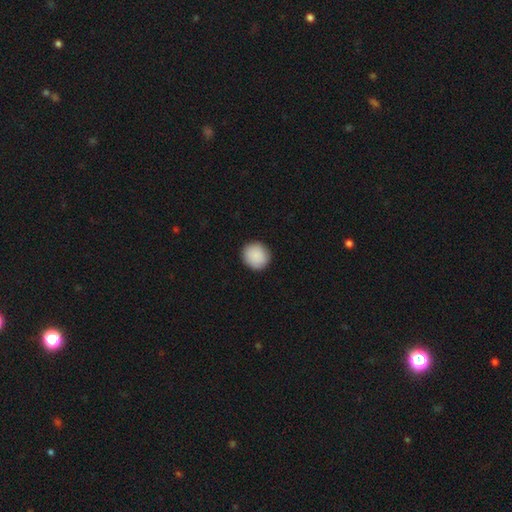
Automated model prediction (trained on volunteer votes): A smooth galaxy with no disk features (90%) that is round (91%).

Vote fractions:
- Smooth or featured? smooth: 90% / star or artifact: 7% / featured or disk: 3%
- How rounded? round: 91% / in between: 8% / cigar-shaped: 1%
- Merging? none: 92% / minor disturbance: 6% / major disturbance: 2% / merger: 1%